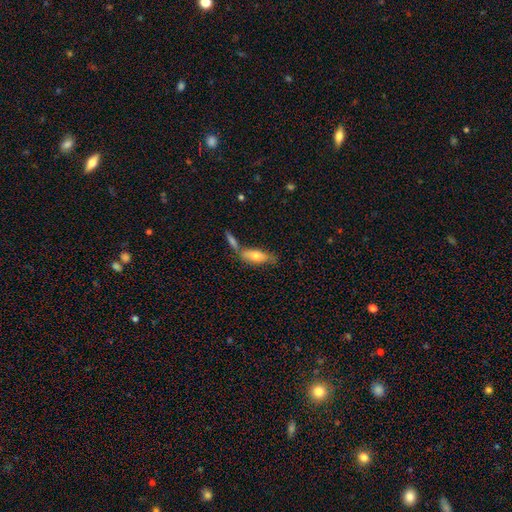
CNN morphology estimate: The model was most divided on "merging": none: 52%, merger: 30%, minor disturbance: 14%, major disturbance: 5%. More confident: smooth or featured — smooth (66%); how rounded — in between (61%).